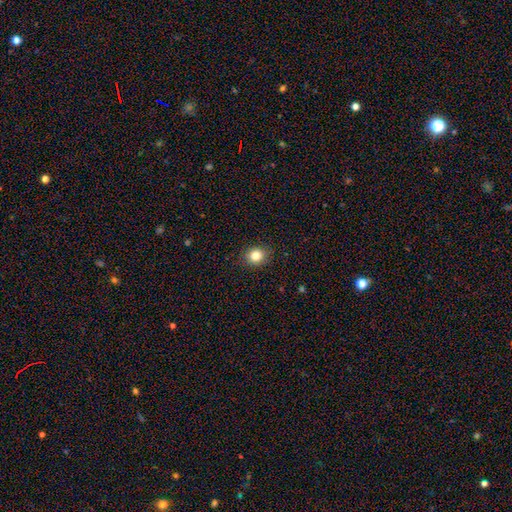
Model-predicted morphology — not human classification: smooth-or-featured: smooth: 83% | star or artifact: 11% | featured or disk: 6%
  how-rounded: round: 72% | in between: 27% | cigar-shaped: 1%
  merging: none: 88% | minor disturbance: 9% | major disturbance: 2% | merger: 1%